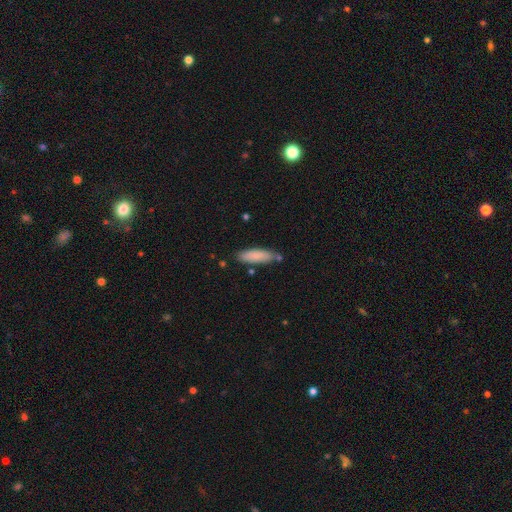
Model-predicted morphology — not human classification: Smooth or featured: smooth — 85% (featured or disk — 9%)
How rounded: cigar-shaped — 54% (in between — 44%)
Merging: none — 76% (minor disturbance — 15%)